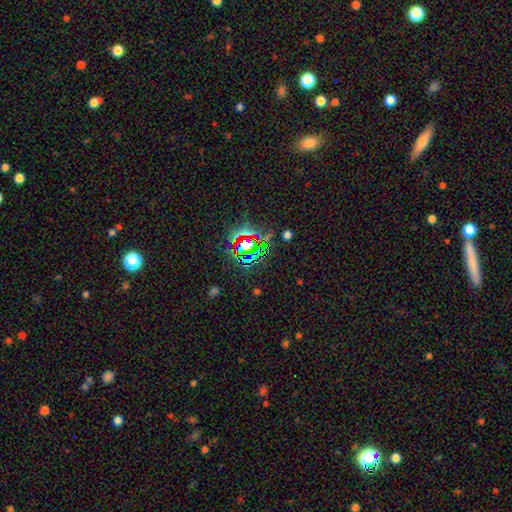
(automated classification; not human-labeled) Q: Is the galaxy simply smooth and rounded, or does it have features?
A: star or artifact — 78%.